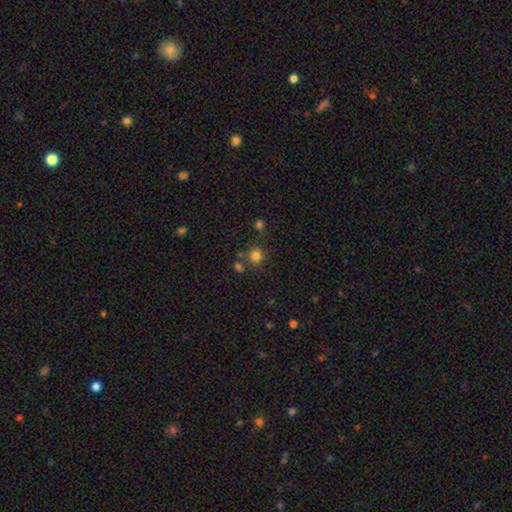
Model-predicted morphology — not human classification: smooth-or-featured: smooth: 80% | star or artifact: 14% | featured or disk: 6%
  how-rounded: round: 88% | in between: 11% | cigar-shaped: 1%
  merging: none: 75% | merger: 11% | minor disturbance: 10% | major disturbance: 4%